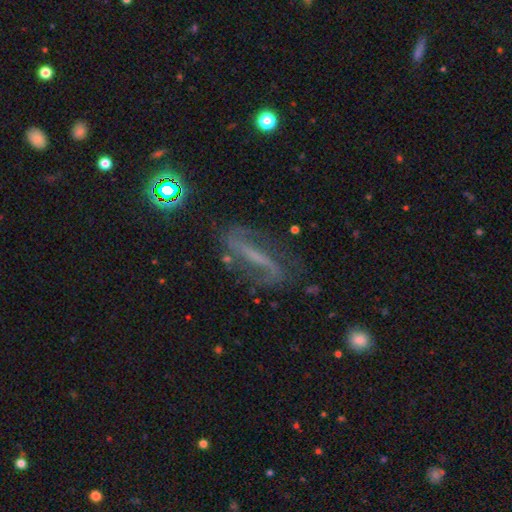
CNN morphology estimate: smooth_or_featured: featured or disk (p=0.71) [alt: smooth p=0.15]
disk_edge_on: no (p=0.73) [alt: yes p=0.27]
bar: strong (p=0.55) [alt: weak p=0.29]
has_spiral_arms: yes (p=0.81) [alt: no p=0.19]
bulge_size: small (p=0.44) [alt: none p=0.37]
merging: none (p=0.69) [alt: minor disturbance p=0.18]